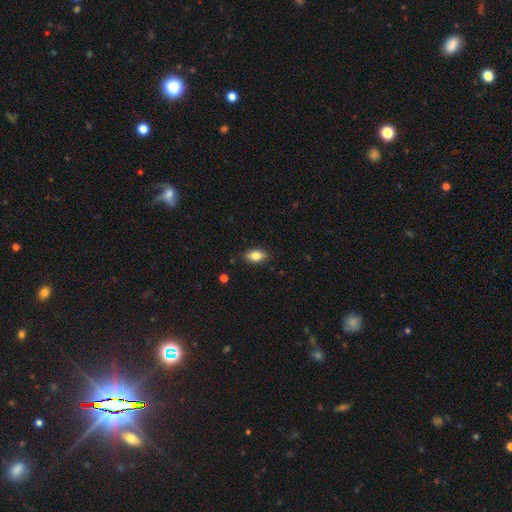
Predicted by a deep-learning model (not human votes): Q: Smooth or featured?
A: smooth (82%); runner-up: featured or disk (11%)
Q: How rounded?
A: in between (90%); runner-up: round (6%)
Q: Merging?
A: none (87%); runner-up: minor disturbance (10%)